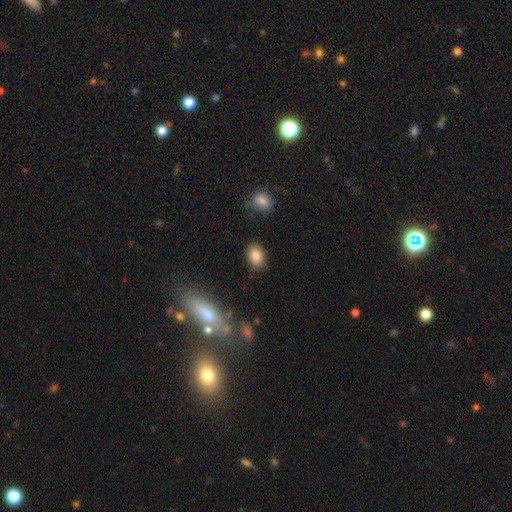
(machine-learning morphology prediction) A smooth galaxy with no disk features (84%) that is in between round and cigar-shaped (80%). Merging: none (85%).